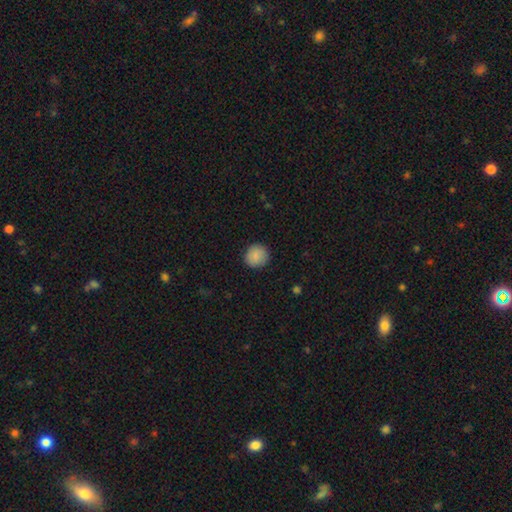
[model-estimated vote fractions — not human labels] Overall: smooth (88%). How rounded: round (91%). Merging: none (89%).